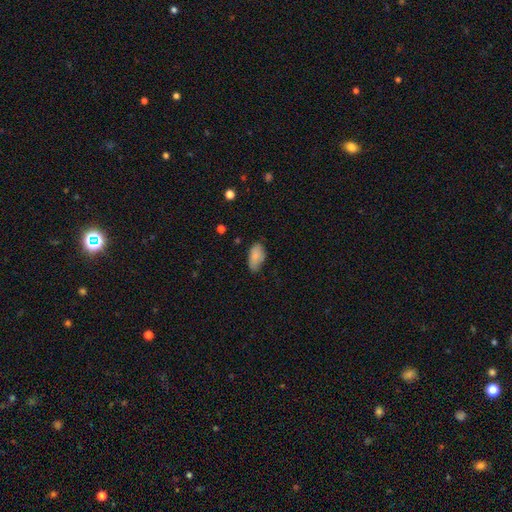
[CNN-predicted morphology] A smooth galaxy with no disk features (85%) that is in between round and cigar-shaped (94%). Merging: none (69%).